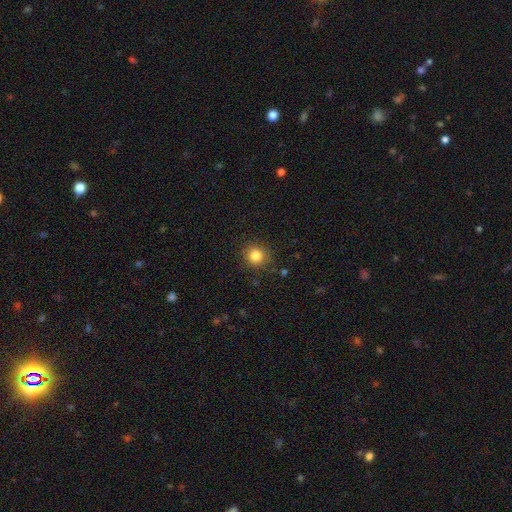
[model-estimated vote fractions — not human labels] smooth-or-featured: smooth: 83% | star or artifact: 11% | featured or disk: 5%
  how-rounded: round: 88% | in between: 11% | cigar-shaped: 1%
  merging: none: 87% | minor disturbance: 9% | major disturbance: 3% | merger: 1%